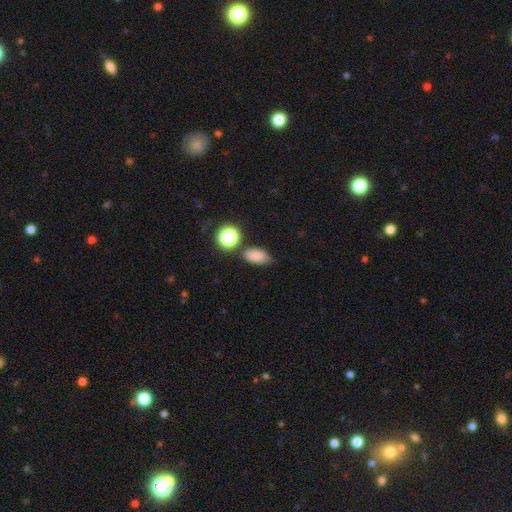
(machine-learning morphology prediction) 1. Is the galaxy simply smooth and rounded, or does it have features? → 81% smooth, 13% star or artifact, 6% featured or disk.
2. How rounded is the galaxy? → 86% in between, 11% round, 2% cigar-shaped.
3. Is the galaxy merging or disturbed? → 74% none, 15% minor disturbance, 7% merger, 4% major disturbance.